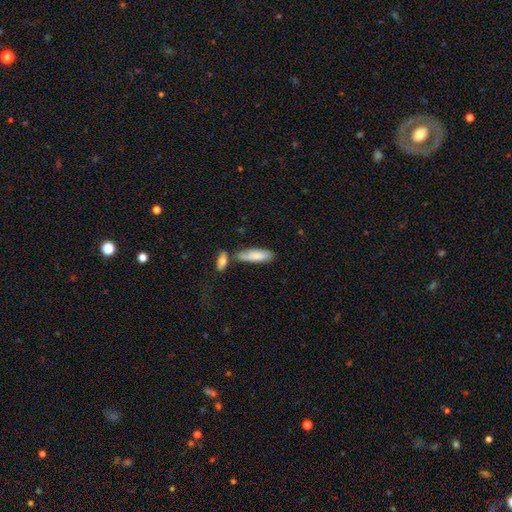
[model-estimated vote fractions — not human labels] Smooth or featured? Predicted: smooth (p=0.81). How rounded? Predicted: in between (p=0.53). Merging? Predicted: none (p=0.56).